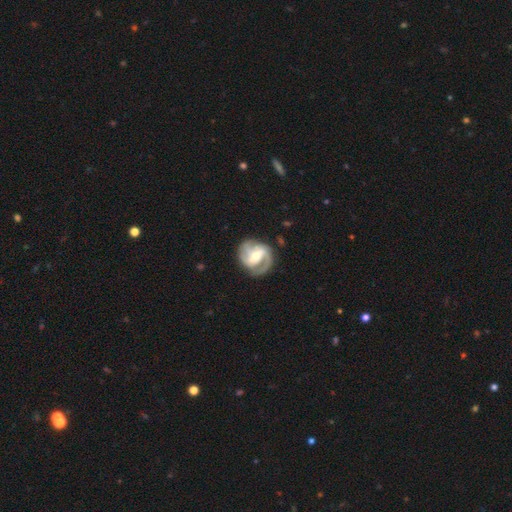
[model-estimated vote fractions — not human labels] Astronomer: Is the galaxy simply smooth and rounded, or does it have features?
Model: featured or disk — 86%.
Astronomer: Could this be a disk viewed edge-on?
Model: no — 98%.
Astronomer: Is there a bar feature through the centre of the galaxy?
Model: weak — 42% (runner-up: strong, 40%).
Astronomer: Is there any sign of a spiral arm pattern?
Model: yes — 95%.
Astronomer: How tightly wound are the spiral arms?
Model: medium — 48% (runner-up: tight, 34%).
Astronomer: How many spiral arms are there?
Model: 2 — 67%.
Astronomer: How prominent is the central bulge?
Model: moderate — 59% (runner-up: small, 35%).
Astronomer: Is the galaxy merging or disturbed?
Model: none — 74%.